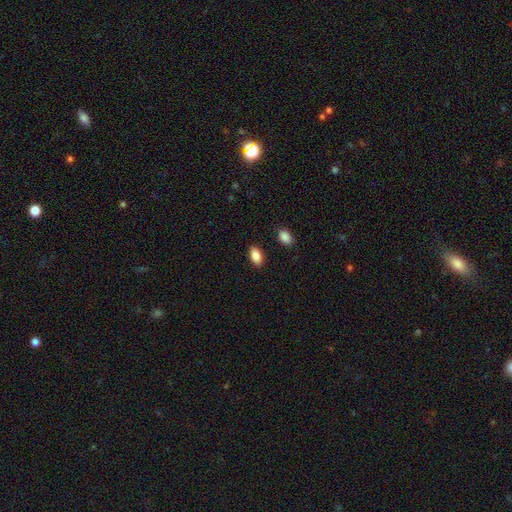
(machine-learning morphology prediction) A smooth galaxy with no disk features (87%) that is in between round and cigar-shaped (92%).

Vote fractions:
- Smooth or featured? smooth: 87% / star or artifact: 7% / featured or disk: 6%
- How rounded? in between: 92% / round: 5% / cigar-shaped: 3%
- Merging? none: 88% / minor disturbance: 8% / major disturbance: 2% / merger: 2%